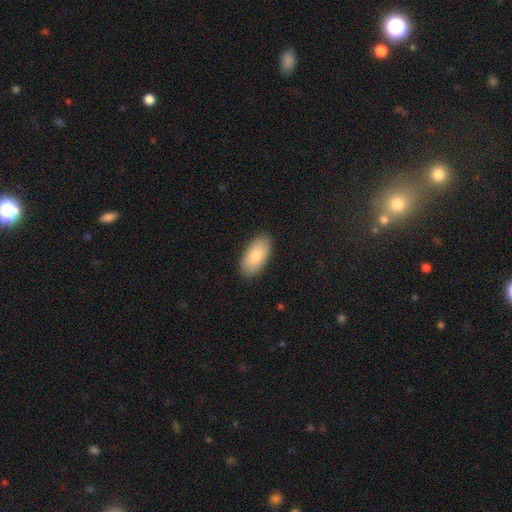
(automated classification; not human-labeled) This is clearly a smooth galaxy (82%). How rounded: clearly in between (94%). Merging: clearly none (88%).